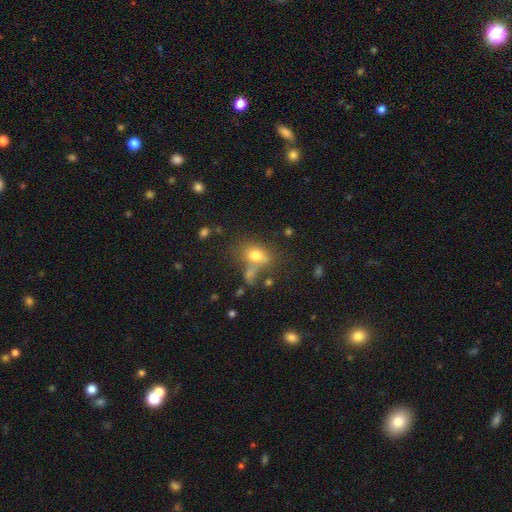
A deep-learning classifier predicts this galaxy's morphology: smooth-or-featured: smooth: 72% | featured or disk: 15% | star or artifact: 13%
  how-rounded: in between: 66% | round: 32% | cigar-shaped: 2%
  merging: none: 47% | merger: 24% | minor disturbance: 18% | major disturbance: 11%